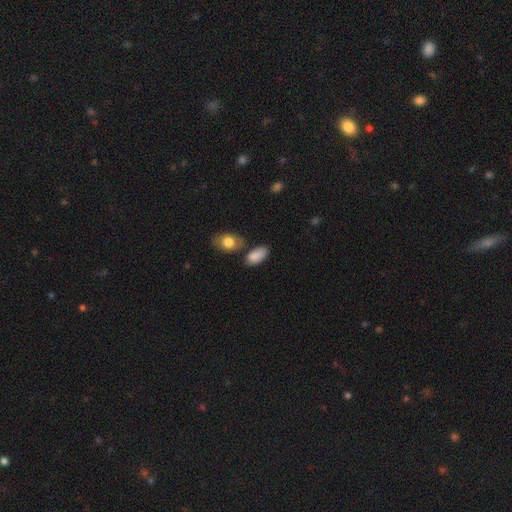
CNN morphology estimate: smooth_or_featured: smooth (p=0.86) [alt: star or artifact p=0.07]
how_rounded: in between (p=0.93) [alt: round p=0.04]
merging: none (p=0.67) [alt: minor disturbance p=0.17]